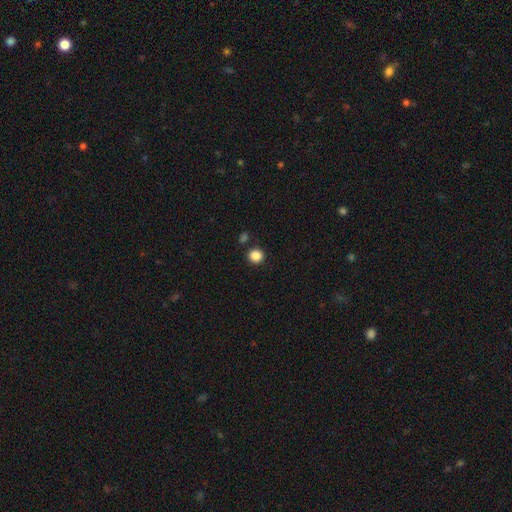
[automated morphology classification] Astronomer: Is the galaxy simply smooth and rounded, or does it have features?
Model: smooth — 87%.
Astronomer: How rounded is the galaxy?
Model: round — 87%.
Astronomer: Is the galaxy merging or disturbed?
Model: none — 85%.